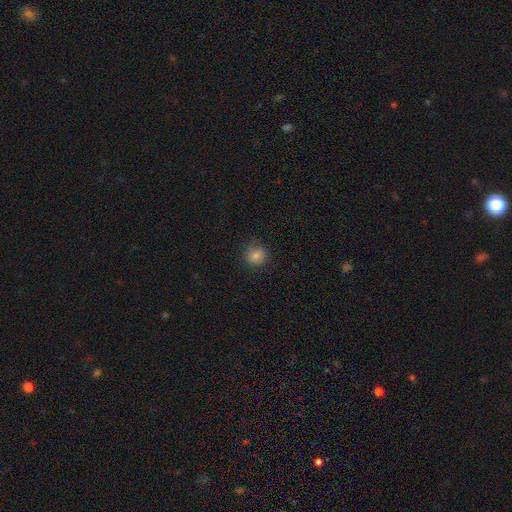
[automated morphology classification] smooth 80%, star or artifact 12%, featured or disk 8%. Down the decision tree: how rounded — round (85%); merging — none (85%).